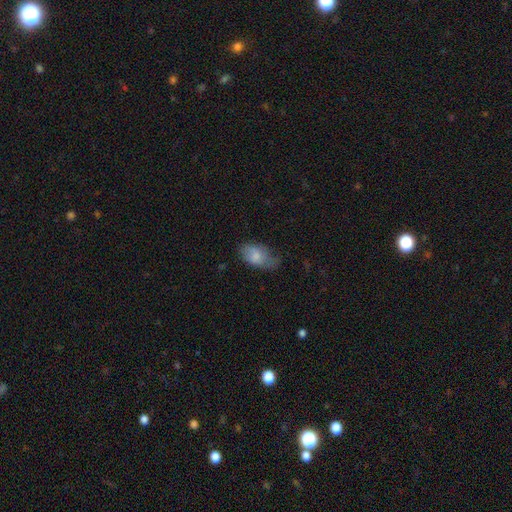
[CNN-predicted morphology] type=smooth (75%); roundness=in between (92%); merging=none (45%).